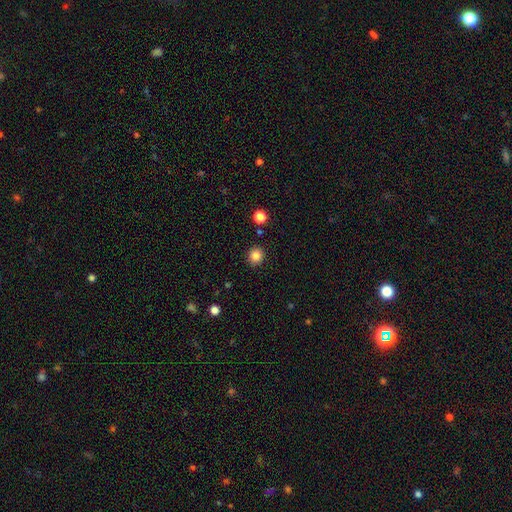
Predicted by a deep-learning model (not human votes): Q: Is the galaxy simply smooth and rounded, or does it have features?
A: smooth — 84%.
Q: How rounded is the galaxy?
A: round — 85%.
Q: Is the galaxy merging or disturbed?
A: none — 90%.